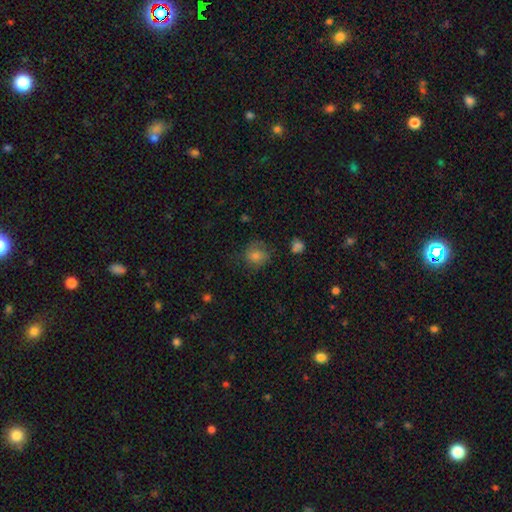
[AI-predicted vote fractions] A smooth galaxy with no disk features (66%) that is round (78%). Merging: none (62%).